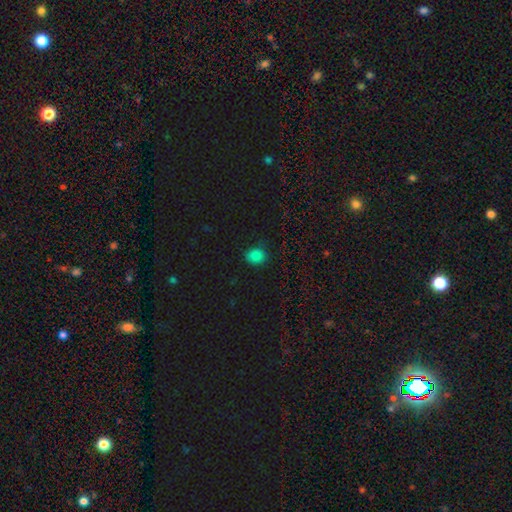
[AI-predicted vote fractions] Overall: smooth (82%). How rounded: round (70%). Merging: none (85%).